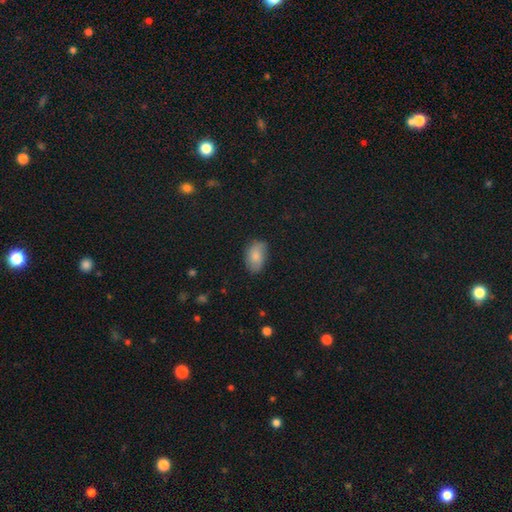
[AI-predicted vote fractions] Smooth or featured? Predicted: smooth (p=0.78). How rounded? Predicted: in between (p=0.90). Merging? Predicted: none (p=0.74).